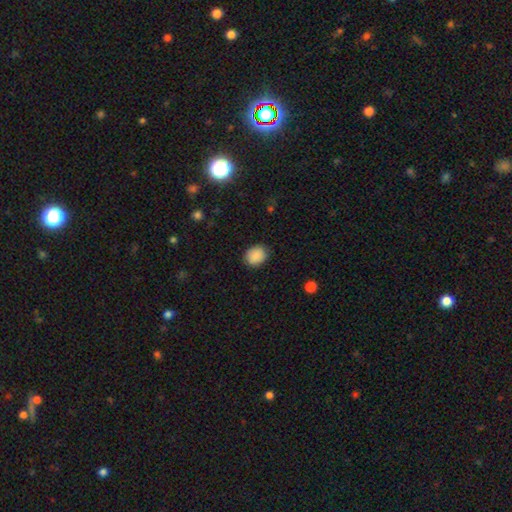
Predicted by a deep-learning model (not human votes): The model was most divided on "how rounded": round: 56%, in between: 43%, cigar-shaped: 1%. More confident: smooth or featured — smooth (89%); merging — none (85%).